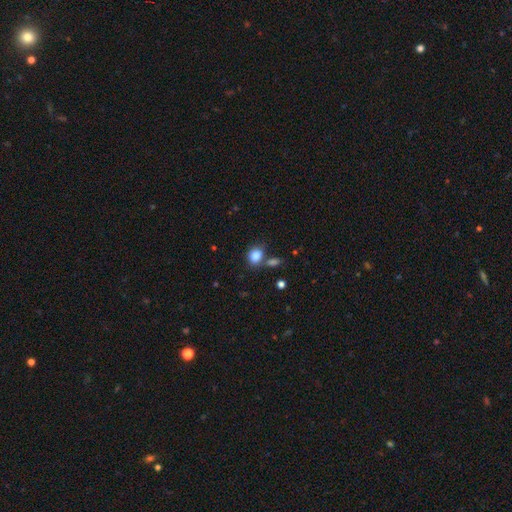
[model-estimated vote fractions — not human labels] Overall: smooth (85%). How rounded: in between (51%; round 48%). Merging: none (59%).